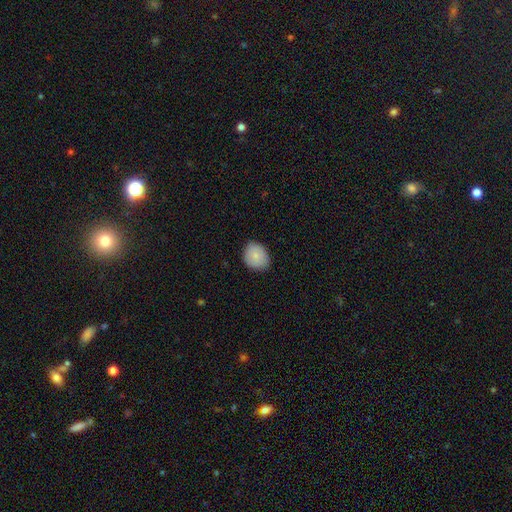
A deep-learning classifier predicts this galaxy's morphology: smooth 83%, featured or disk 9%, star or artifact 8%. Down the decision tree: how rounded — round (55%); merging — none (82%).